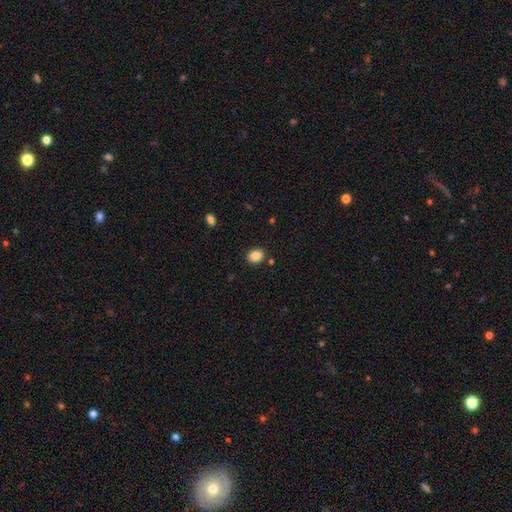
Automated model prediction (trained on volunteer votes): smooth 87%, star or artifact 9%, featured or disk 3%. Down the decision tree: how rounded — in between (52%); merging — none (85%).